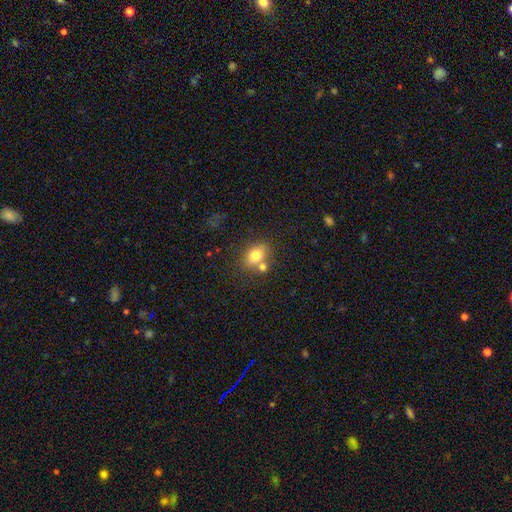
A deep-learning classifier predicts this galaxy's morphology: A smooth galaxy with no disk features (76%) that is in between round and cigar-shaped (58%).

Vote fractions:
- Smooth or featured? smooth: 76% / featured or disk: 14% / star or artifact: 10%
- How rounded? in between: 58% / round: 40% / cigar-shaped: 2%
- Merging? none: 58% / merger: 25% / minor disturbance: 13% / major disturbance: 4%